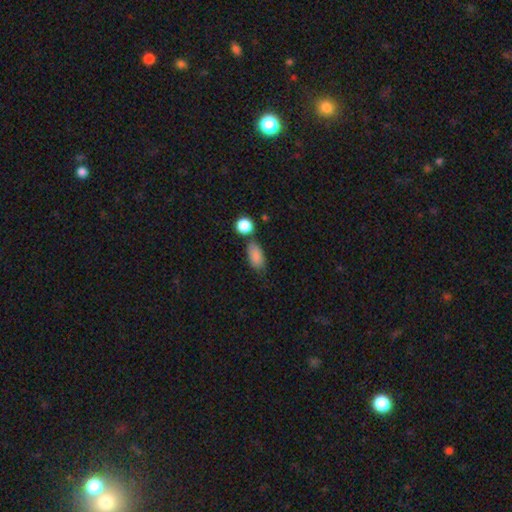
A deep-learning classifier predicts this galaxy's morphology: smooth_or_featured: smooth (p=0.86) [alt: star or artifact p=0.08]
how_rounded: in between (p=0.88) [alt: round p=0.07]
merging: none (p=0.59) [alt: minor disturbance p=0.21]